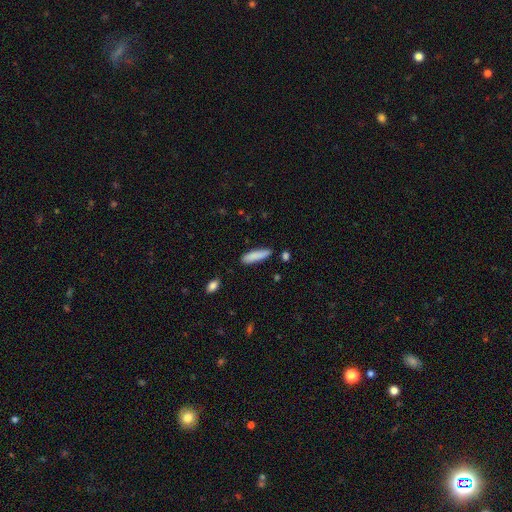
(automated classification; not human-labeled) Smooth or featured: smooth — 86% (featured or disk — 8%)
How rounded: cigar-shaped — 74% (in between — 24%)
Merging: none — 84% (minor disturbance — 11%)